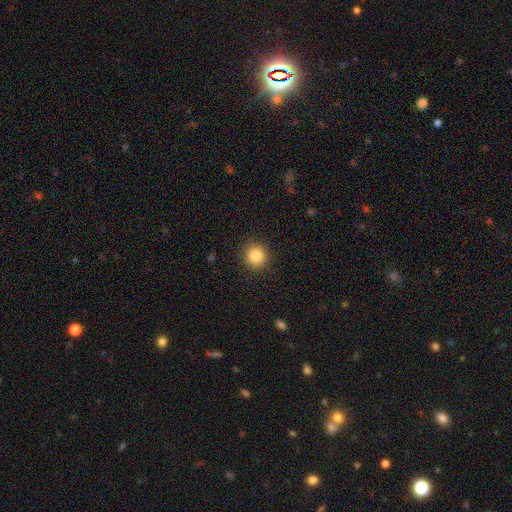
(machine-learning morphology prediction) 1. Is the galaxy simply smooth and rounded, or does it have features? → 84% smooth, 10% star or artifact, 6% featured or disk.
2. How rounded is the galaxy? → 91% round, 8% in between, 1% cigar-shaped.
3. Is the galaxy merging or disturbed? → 91% none, 6% minor disturbance, 2% major disturbance, 1% merger.